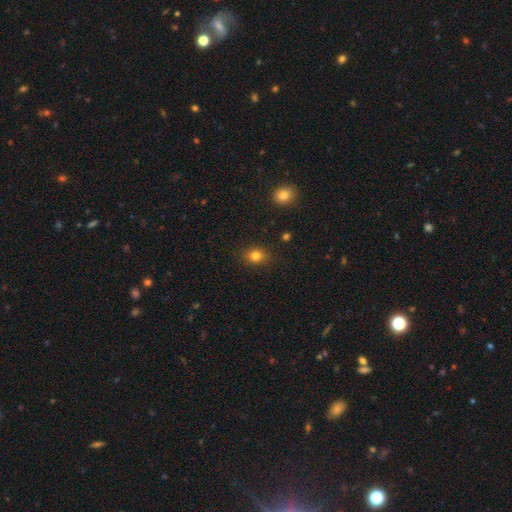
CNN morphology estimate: A smooth galaxy with no disk features (81%) that is round (64%). Merging: none (87%).